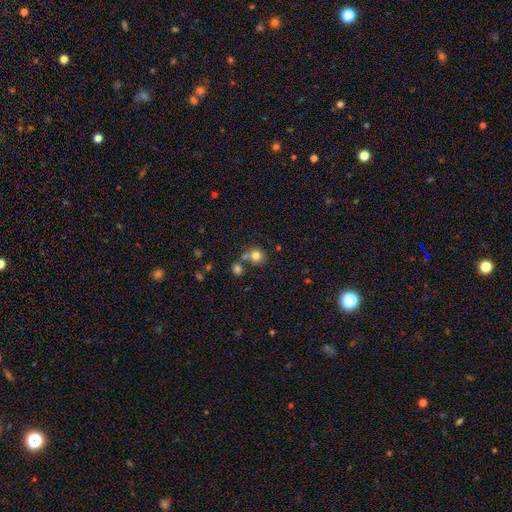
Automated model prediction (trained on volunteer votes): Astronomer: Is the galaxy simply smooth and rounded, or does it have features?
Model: smooth — 80%.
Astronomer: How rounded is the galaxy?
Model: round — 87%.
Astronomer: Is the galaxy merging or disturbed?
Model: none — 60%.